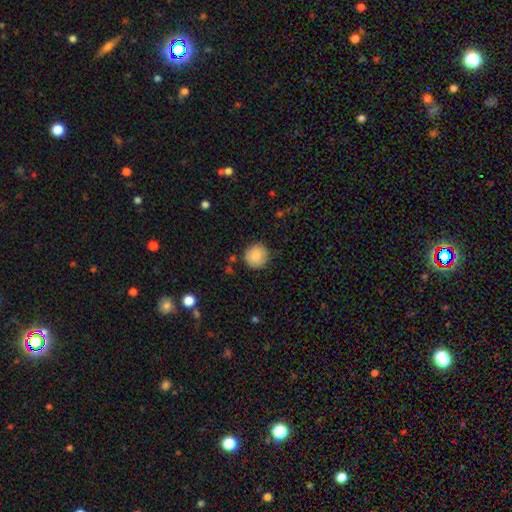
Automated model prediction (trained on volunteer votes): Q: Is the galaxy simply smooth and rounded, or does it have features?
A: smooth — 89%.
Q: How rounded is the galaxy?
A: round — 94%.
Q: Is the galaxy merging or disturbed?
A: none — 88%.